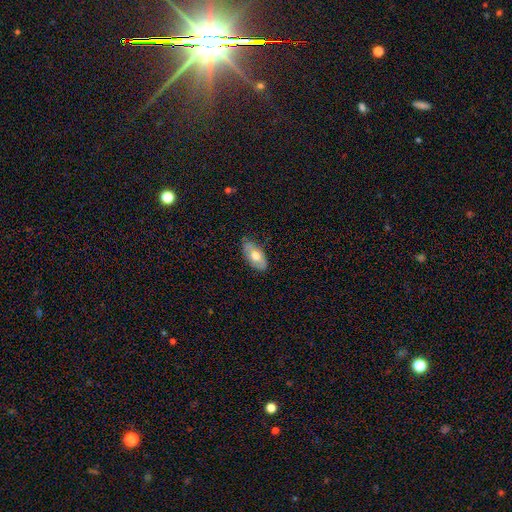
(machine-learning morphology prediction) Smooth or featured: smooth — 59% (featured or disk — 35%)
How rounded: in between — 93% (cigar-shaped — 4%)
Merging: none — 75% (minor disturbance — 21%)